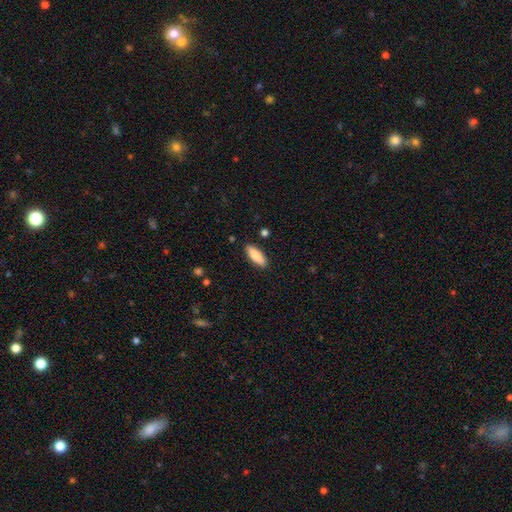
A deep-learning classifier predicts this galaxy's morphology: Q: Smooth or featured?
A: smooth (86%); runner-up: featured or disk (8%)
Q: How rounded?
A: in between (66%); runner-up: cigar-shaped (32%)
Q: Merging?
A: none (88%); runner-up: minor disturbance (8%)